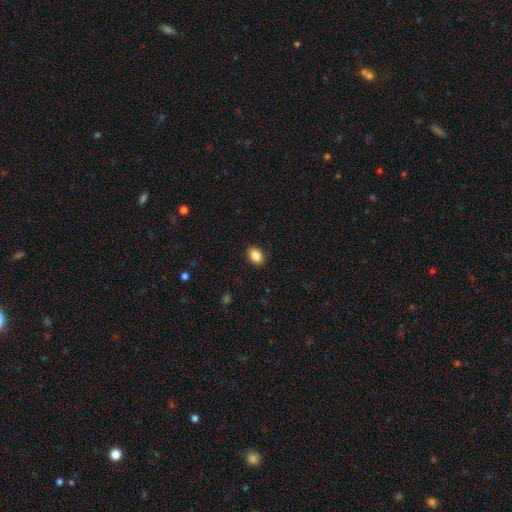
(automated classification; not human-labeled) smooth_or_featured: smooth (p=0.86) [alt: star or artifact p=0.09]
how_rounded: in between (p=0.64) [alt: round p=0.35]
merging: none (p=0.89) [alt: minor disturbance p=0.08]